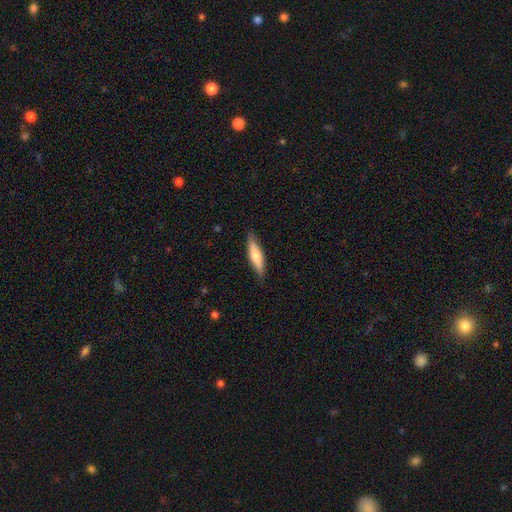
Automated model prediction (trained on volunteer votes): smooth 62%, featured or disk 32%, star or artifact 6%. Down the decision tree: how rounded — cigar-shaped (72%); merging — none (87%).